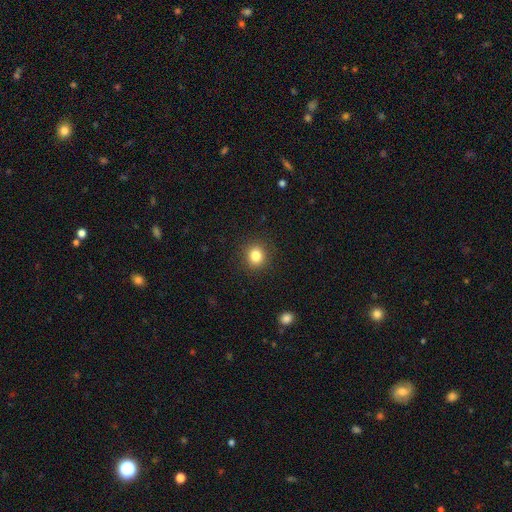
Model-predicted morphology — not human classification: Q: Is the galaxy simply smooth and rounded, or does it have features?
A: smooth — 83%.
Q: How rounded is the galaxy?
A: round — 80%.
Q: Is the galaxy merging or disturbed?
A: none — 90%.